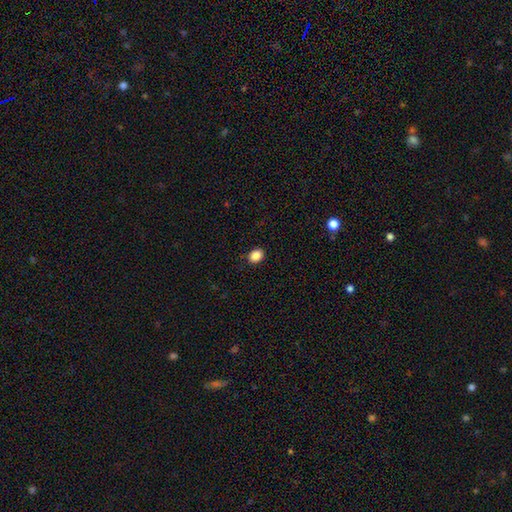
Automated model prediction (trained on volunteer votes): A smooth galaxy with no disk features (87%) that is in between round and cigar-shaped (55%).

Vote fractions:
- Smooth or featured? smooth: 87% / star or artifact: 9% / featured or disk: 4%
- How rounded? in between: 55% / round: 45% / cigar-shaped: 1%
- Merging? none: 90% / minor disturbance: 7% / major disturbance: 2% / merger: 1%